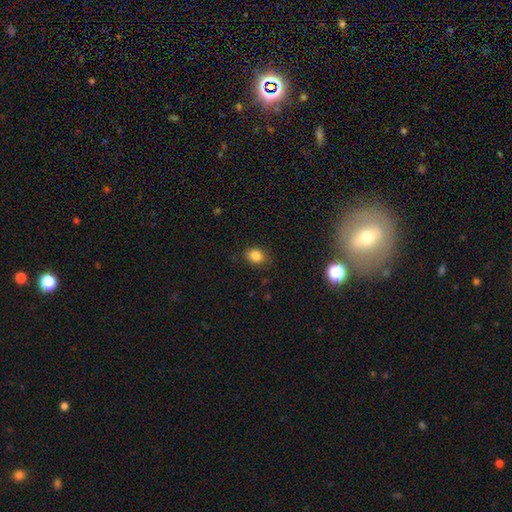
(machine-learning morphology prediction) Smooth or featured? smooth (84%)
How rounded? in between (52%)
Merging? none (84%)